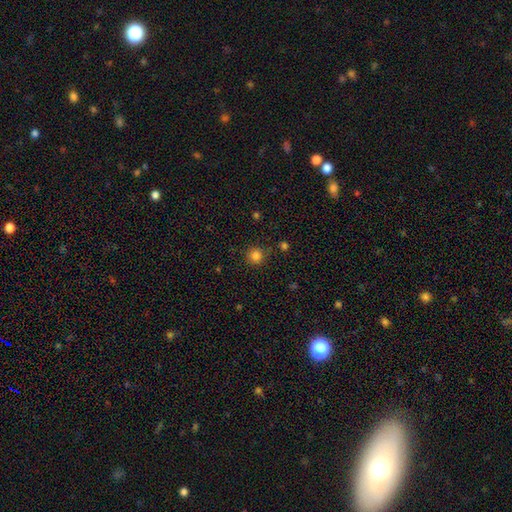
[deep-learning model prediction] Overall: smooth (83%). How rounded: round (94%). Merging: none (84%).